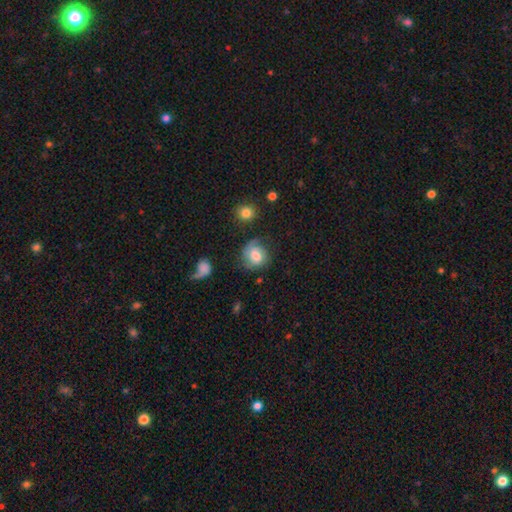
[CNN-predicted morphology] This appears to be a smooth galaxy with no disk features (56%) that is round (75%). Merging: none (61%).